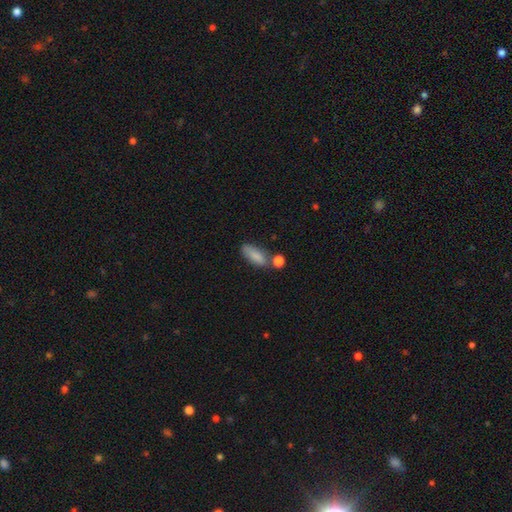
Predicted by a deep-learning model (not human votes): Smooth or featured: smooth — 84% (featured or disk — 9%)
How rounded: in between — 70% (cigar-shaped — 26%)
Merging: none — 58% (minor disturbance — 20%)